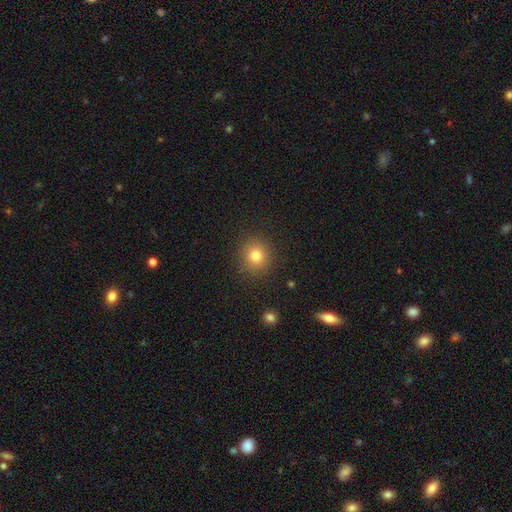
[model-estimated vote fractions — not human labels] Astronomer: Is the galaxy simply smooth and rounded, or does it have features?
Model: smooth — 81%.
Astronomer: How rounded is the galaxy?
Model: round — 89%.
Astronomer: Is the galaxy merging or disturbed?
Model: none — 89%.